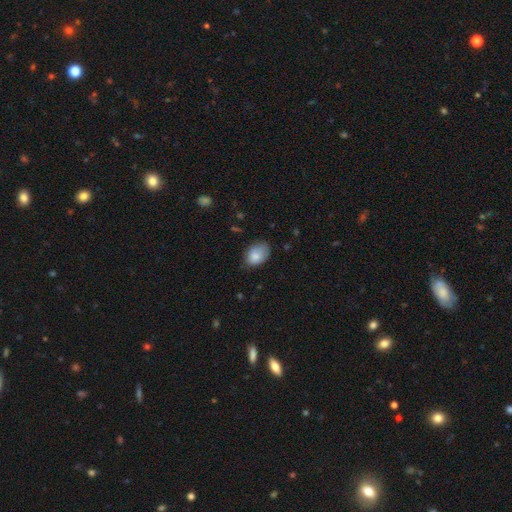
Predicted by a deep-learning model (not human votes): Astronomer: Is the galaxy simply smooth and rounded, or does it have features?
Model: smooth — 82%.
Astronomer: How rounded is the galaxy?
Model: in between — 85%.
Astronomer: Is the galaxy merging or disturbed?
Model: none — 58%.